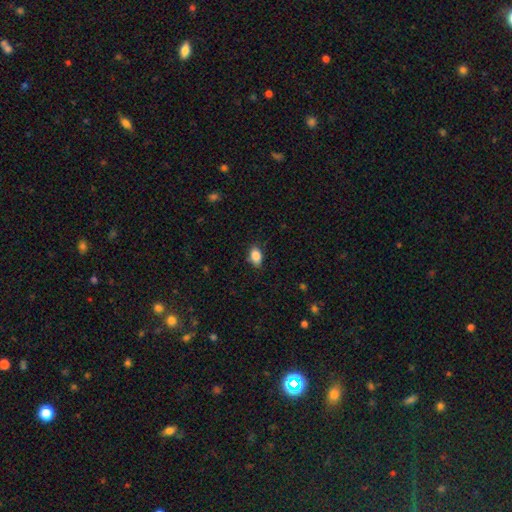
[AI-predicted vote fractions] Smooth or featured?
  - smooth: 87% *
  - star or artifact: 8%
  - featured or disk: 5%
How rounded?
  - in between: 84% *
  - round: 14%
  - cigar-shaped: 2%
Merging?
  - none: 82% *
  - minor disturbance: 15%
  - major disturbance: 3%
  - merger: 1%